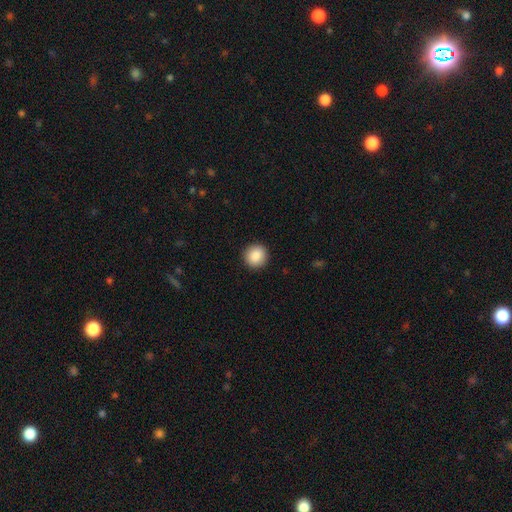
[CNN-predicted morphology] Smooth or featured? Predicted: smooth (p=0.88). How rounded? Predicted: round (p=0.92). Merging? Predicted: none (p=0.92).